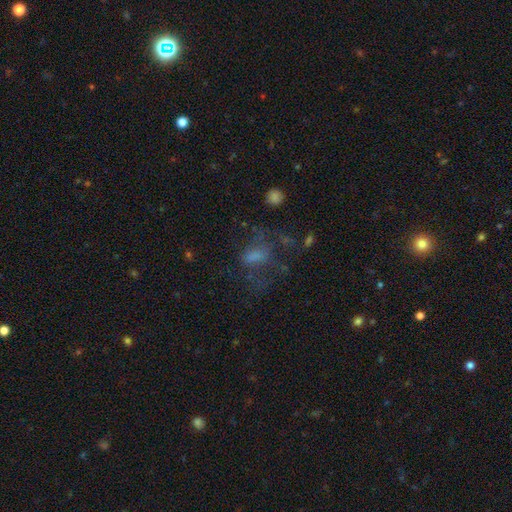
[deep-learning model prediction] Smooth or featured?
  - smooth: 53% *
  - featured or disk: 27%
  - star or artifact: 21%
How rounded?
  - in between: 74% *
  - round: 21%
  - cigar-shaped: 6%
Merging?
  - major disturbance: 41% *
  - none: 36%
  - minor disturbance: 18%
  - merger: 5%